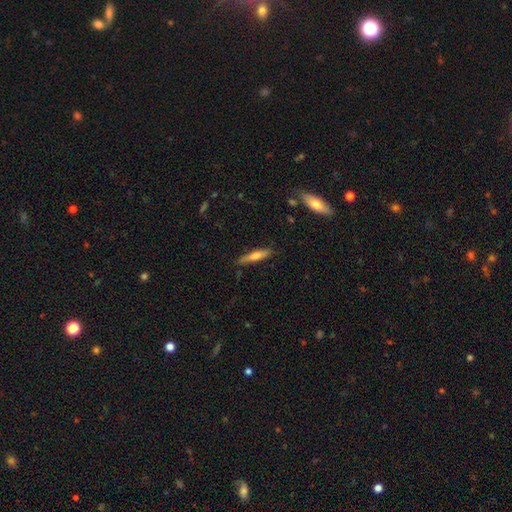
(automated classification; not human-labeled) Morphology: type=smooth (56%); roundness=cigar-shaped (85%); merging=none (82%).